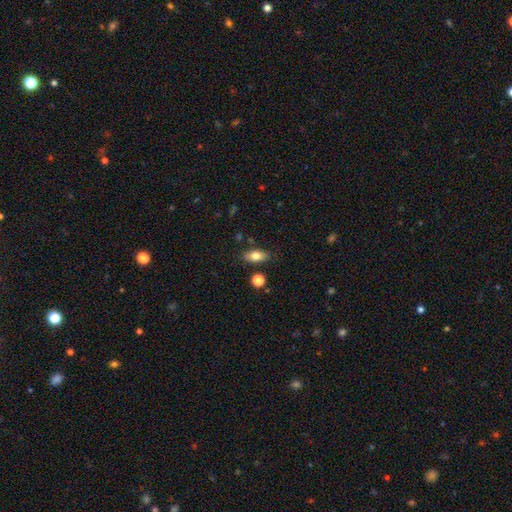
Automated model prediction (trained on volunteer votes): smooth 76%, featured or disk 16%, star or artifact 8%. Down the decision tree: how rounded — in between (84%); merging — none (82%).